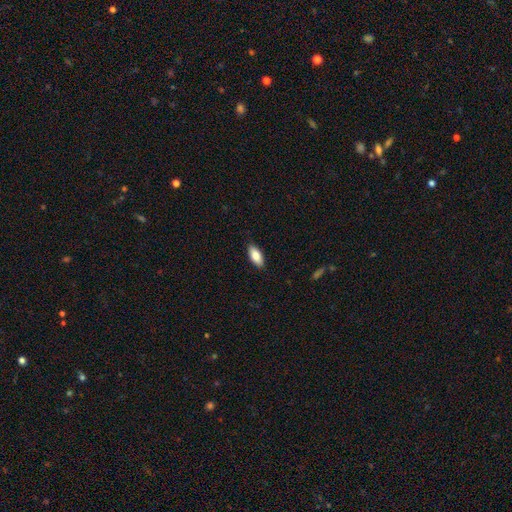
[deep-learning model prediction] Smooth or featured? smooth (82%)
How rounded? in between (84%)
Merging? none (88%)